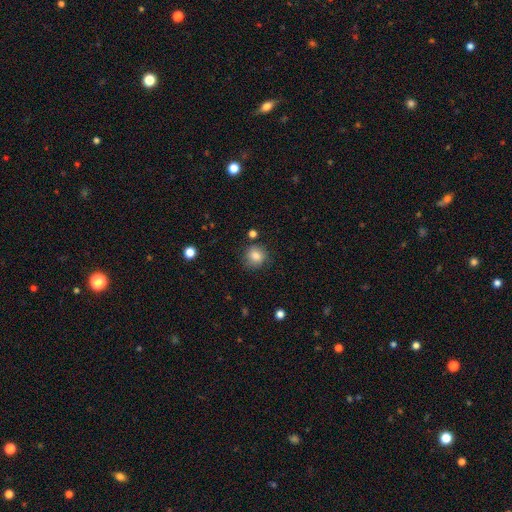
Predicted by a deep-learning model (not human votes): Smooth or featured? Predicted: smooth (p=0.82). How rounded? Predicted: round (p=0.88). Merging? Predicted: none (p=0.81).